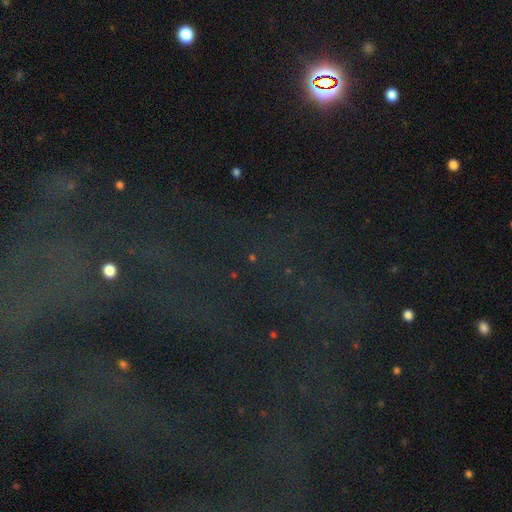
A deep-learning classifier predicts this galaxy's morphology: This is likely a star or artifact rather than a galaxy (76%).